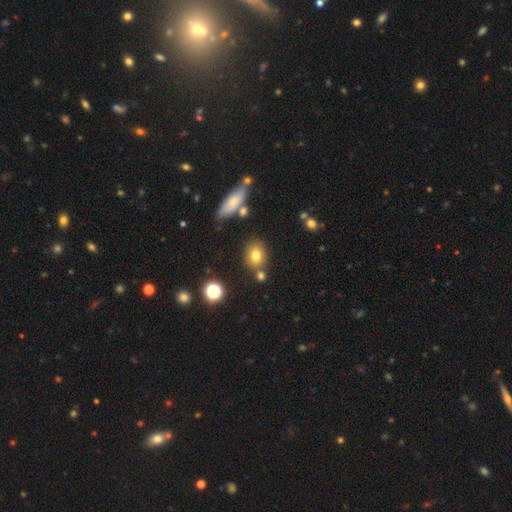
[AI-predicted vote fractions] Overall: smooth (76%). How rounded: round (54%; in between 44%). Merging: none (74%).